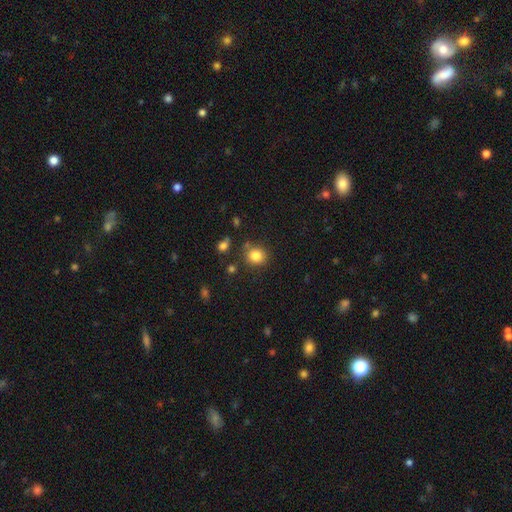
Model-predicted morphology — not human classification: Smooth or featured: smooth — 83% (star or artifact — 11%)
How rounded: round — 82% (in between — 17%)
Merging: none — 81% (minor disturbance — 10%)